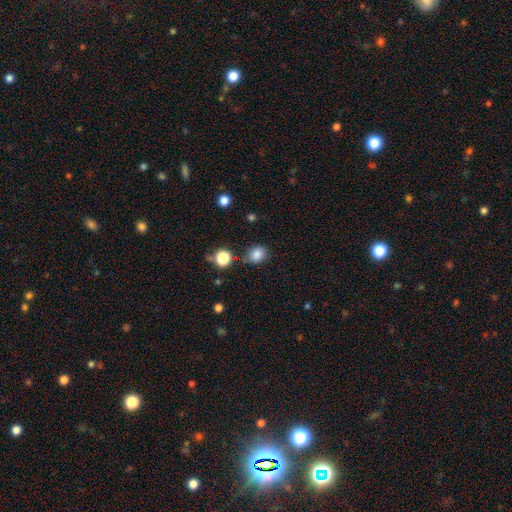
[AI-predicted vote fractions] This is clearly a smooth galaxy (83%). How rounded: possibly round (60%). Merging: likely none (79%).